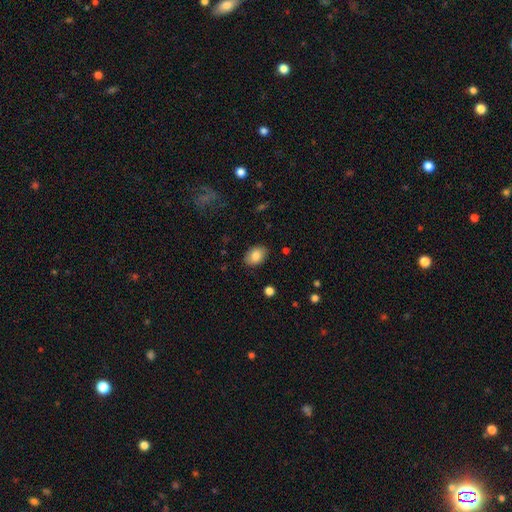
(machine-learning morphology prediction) This is clearly a smooth galaxy (85%). How rounded: clearly in between (80%). Merging: clearly none (86%).